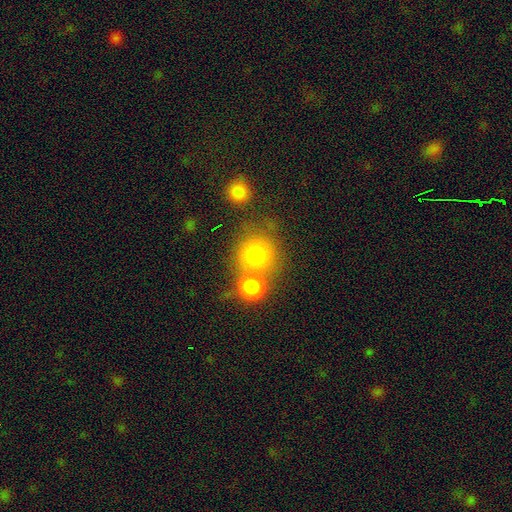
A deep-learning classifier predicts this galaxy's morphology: type=smooth (79%); roundness=round (87%); merging=none (53%).